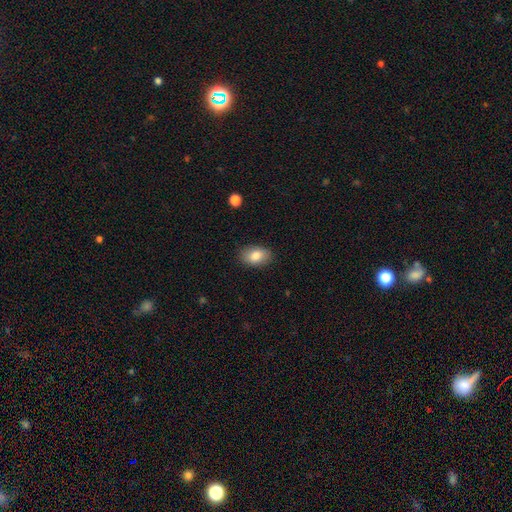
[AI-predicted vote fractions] Smooth or featured? Predicted: smooth (p=0.83). How rounded? Predicted: in between (p=0.88). Merging? Predicted: none (p=0.86).